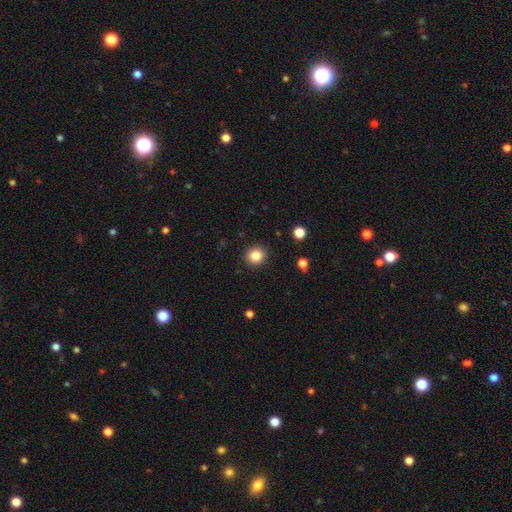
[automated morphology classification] smooth_or_featured: smooth (p=0.84) [alt: star or artifact p=0.11]
how_rounded: round (p=0.90) [alt: in between p=0.10]
merging: none (p=0.91) [alt: minor disturbance p=0.06]